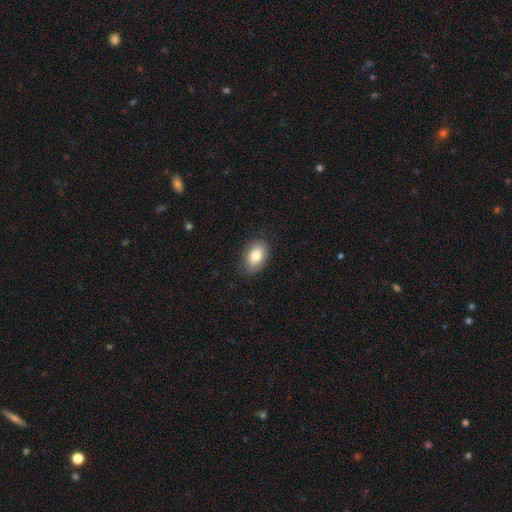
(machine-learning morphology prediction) A smooth galaxy with no disk features (80%) that is in between round and cigar-shaped (88%).

Vote fractions:
- Smooth or featured? smooth: 80% / featured or disk: 12% / star or artifact: 8%
- How rounded? in between: 88% / round: 10% / cigar-shaped: 2%
- Merging? none: 83% / minor disturbance: 13% / major disturbance: 3% / merger: 1%